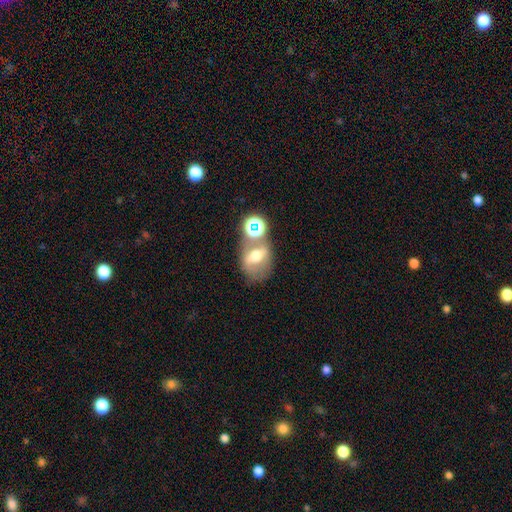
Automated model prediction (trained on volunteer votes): A featured or disk galaxy (45%). Merging: none (47%).